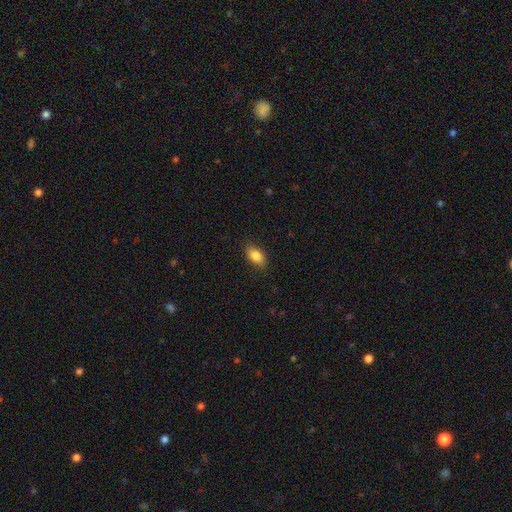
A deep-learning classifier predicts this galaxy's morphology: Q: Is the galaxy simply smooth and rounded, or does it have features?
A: smooth — 85%.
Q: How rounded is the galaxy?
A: in between — 89%.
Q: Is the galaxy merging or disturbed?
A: none — 84%.